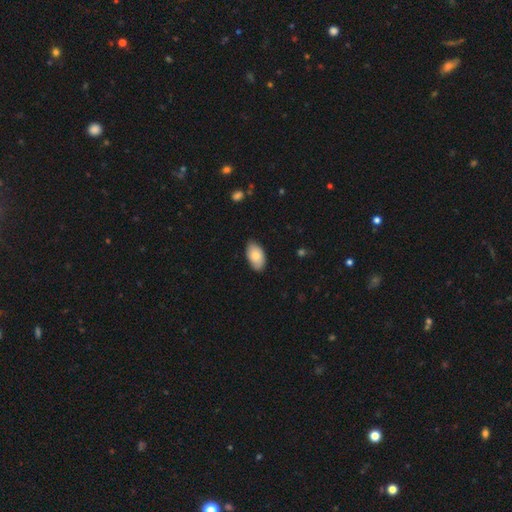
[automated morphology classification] smooth 82%, featured or disk 12%, star or artifact 6%. Down the decision tree: how rounded — in between (95%); merging — none (81%).